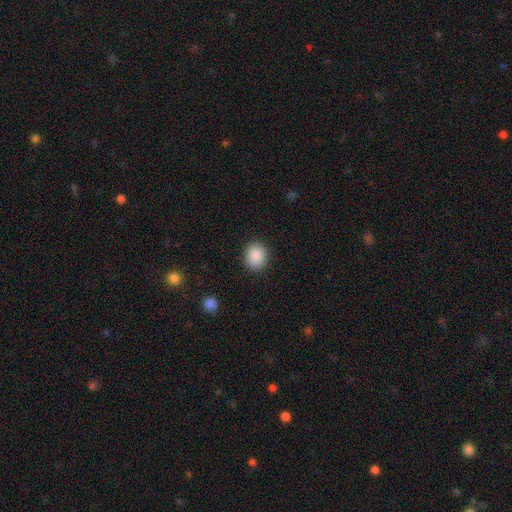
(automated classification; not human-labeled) Smooth or featured? Predicted: smooth (p=0.89). How rounded? Predicted: round (p=0.71). Merging? Predicted: none (p=0.90).